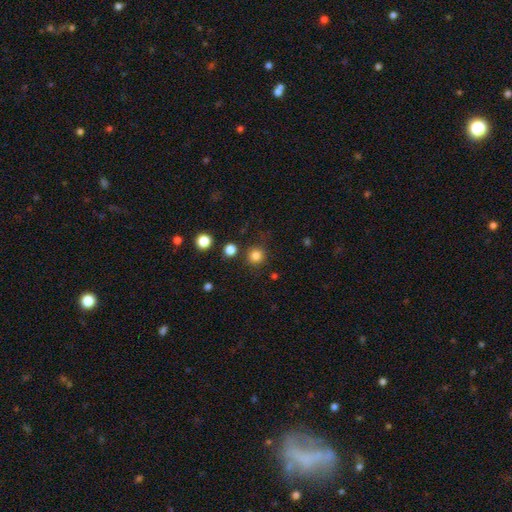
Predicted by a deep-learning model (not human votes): A smooth galaxy with no disk features (83%) that is round (95%).

Vote fractions:
- Smooth or featured? smooth: 83% / star or artifact: 13% / featured or disk: 4%
- How rounded? round: 95% / in between: 4% / cigar-shaped: 1%
- Merging? none: 86% / minor disturbance: 7% / merger: 4% / major disturbance: 3%